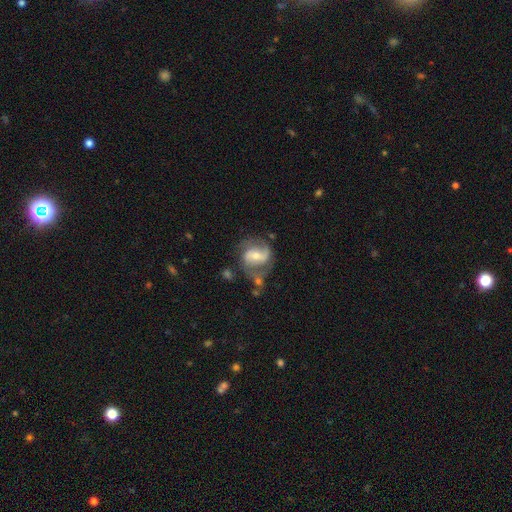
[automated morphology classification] This is likely a featured or disk galaxy (79%). It is clearly not viewed edge-on (97%). Bar: possibly weak (46%). Spiral arm pattern: clearly yes (93%). Spiral arm count: clearly 2 (84%). Spiral winding: possibly medium (51%). Central bulge: possibly moderate (52%). Merging: possibly none (57%).